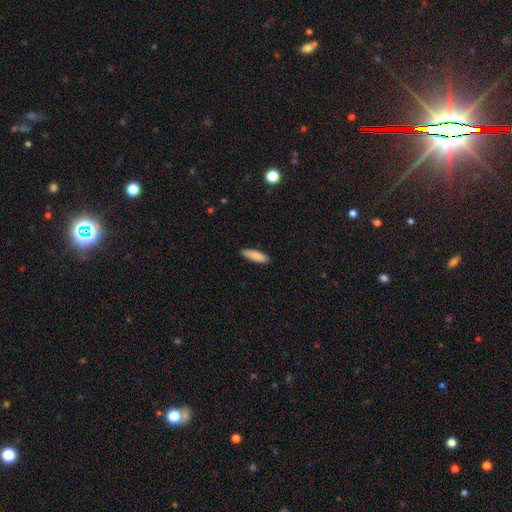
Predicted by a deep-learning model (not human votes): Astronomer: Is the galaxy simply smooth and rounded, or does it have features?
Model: smooth — 86%.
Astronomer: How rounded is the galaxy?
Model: cigar-shaped — 58% (runner-up: in between, 41%).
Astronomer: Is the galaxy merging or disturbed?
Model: none — 90%.